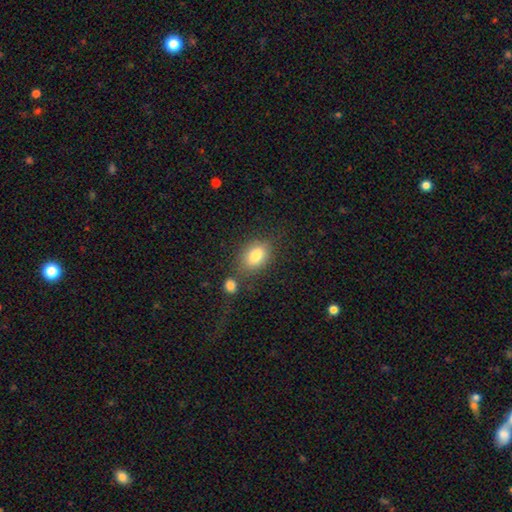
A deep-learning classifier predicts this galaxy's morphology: Smooth or featured? smooth (82%)
How rounded? in between (80%)
Merging? none (65%)